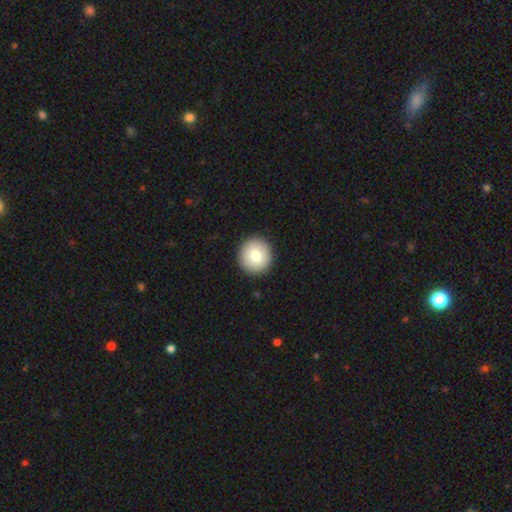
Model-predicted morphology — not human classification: Q: Smooth or featured?
A: smooth (80%); runner-up: featured or disk (12%)
Q: How rounded?
A: round (94%); runner-up: in between (5%)
Q: Merging?
A: none (92%); runner-up: minor disturbance (5%)